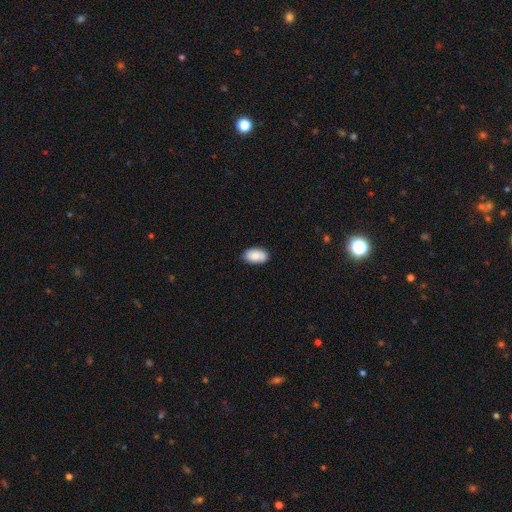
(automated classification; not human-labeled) This appears to be a smooth galaxy with no disk features (86%) that is in between round and cigar-shaped (94%). Merging: none (83%).